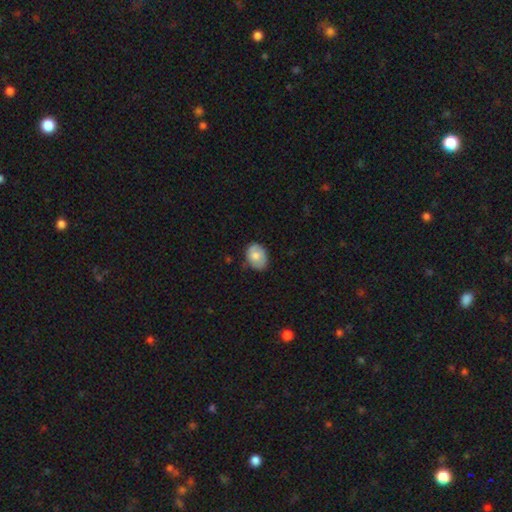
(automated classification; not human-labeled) The model was most divided on "how rounded": in between: 73%, round: 26%, cigar-shaped: 1%. More confident: merging — none (73%); smooth or featured — smooth (72%).